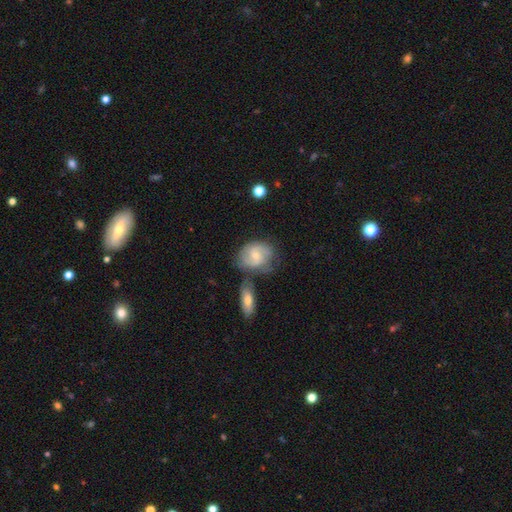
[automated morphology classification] Q: Smooth or featured?
A: featured or disk (66%); runner-up: smooth (28%)
Q: Edge-on disk?
A: no (97%); runner-up: yes (3%)
Q: Bar?
A: no (56%); runner-up: weak (38%)
Q: Spiral arms?
A: yes (89%); runner-up: no (11%)
Q: Spiral winding?
A: medium (46%); runner-up: tight (37%)
Q: Spiral arm count?
A: 2 (73%); runner-up: can't tell (15%)
Q: Bulge size?
A: small (56%); runner-up: moderate (38%)
Q: Merging?
A: none (55%); runner-up: minor disturbance (19%)